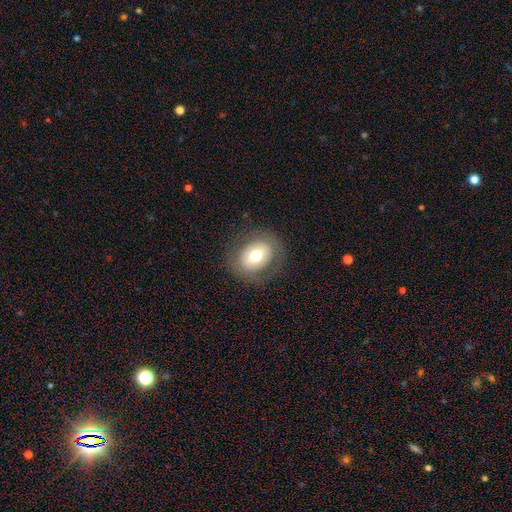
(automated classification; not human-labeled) smooth-or-featured: smooth: 59% | featured or disk: 32% | star or artifact: 9%
  how-rounded: round: 50% | in between: 49% | cigar-shaped: 1%
  merging: none: 80% | minor disturbance: 12% | major disturbance: 7% | merger: 1%